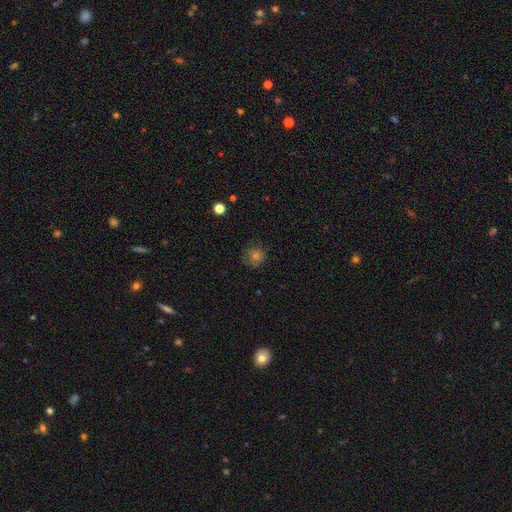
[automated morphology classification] Smooth or featured: smooth — 60% (featured or disk — 21%)
How rounded: round — 84% (in between — 15%)
Merging: none — 71% (minor disturbance — 19%)